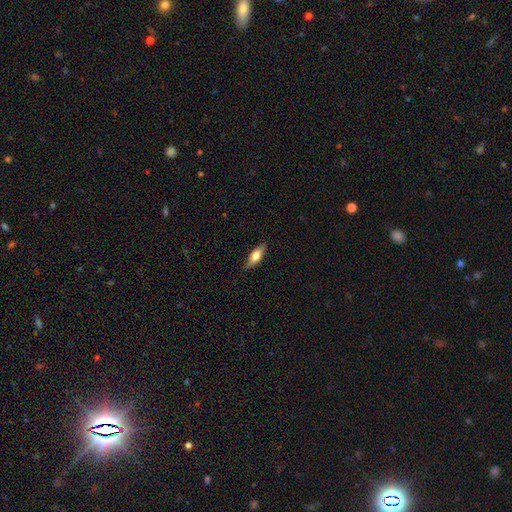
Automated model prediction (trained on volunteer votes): A smooth galaxy with no disk features (63%) that is in between round and cigar-shaped (57%).

Vote fractions:
- Smooth or featured? smooth: 63% / featured or disk: 31% / star or artifact: 6%
- How rounded? in between: 57% / cigar-shaped: 40% / round: 3%
- Merging? none: 85% / minor disturbance: 12% / major disturbance: 2% / merger: 1%